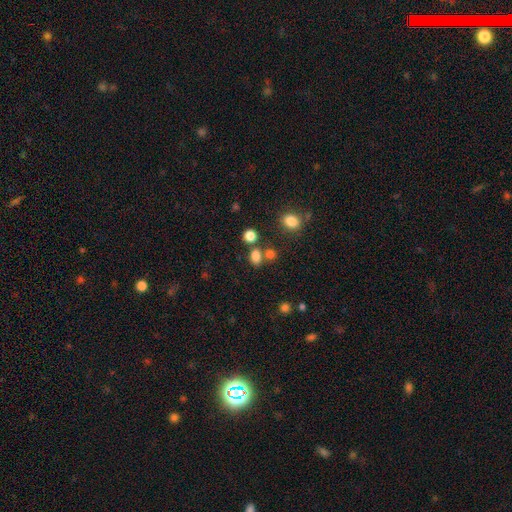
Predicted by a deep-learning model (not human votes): Smooth or featured? smooth (79%)
How rounded? in between (56%)
Merging? none (63%)